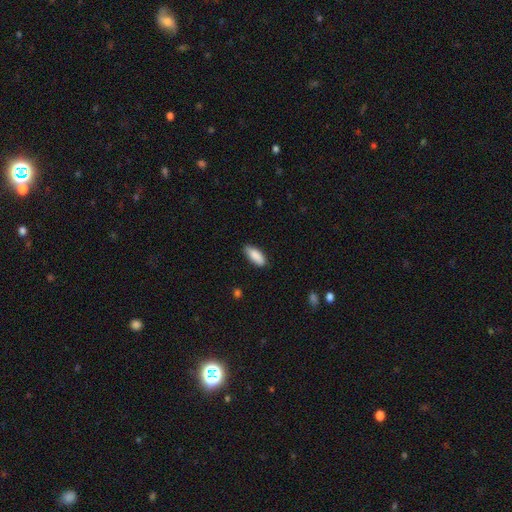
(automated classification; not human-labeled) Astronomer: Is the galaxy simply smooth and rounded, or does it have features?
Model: smooth — 88%.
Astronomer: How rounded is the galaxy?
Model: in between — 76%.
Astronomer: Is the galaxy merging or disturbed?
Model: none — 81%.